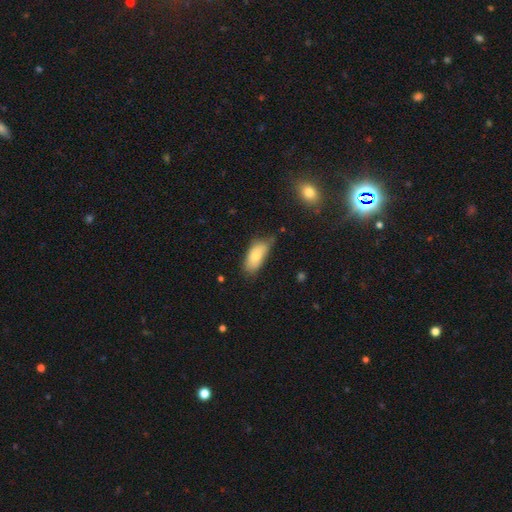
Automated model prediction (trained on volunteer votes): Smooth or featured?
  - smooth: 77% *
  - featured or disk: 16%
  - star or artifact: 7%
How rounded?
  - in between: 88% *
  - cigar-shaped: 9%
  - round: 3%
Merging?
  - none: 59% *
  - minor disturbance: 31%
  - major disturbance: 6%
  - merger: 3%